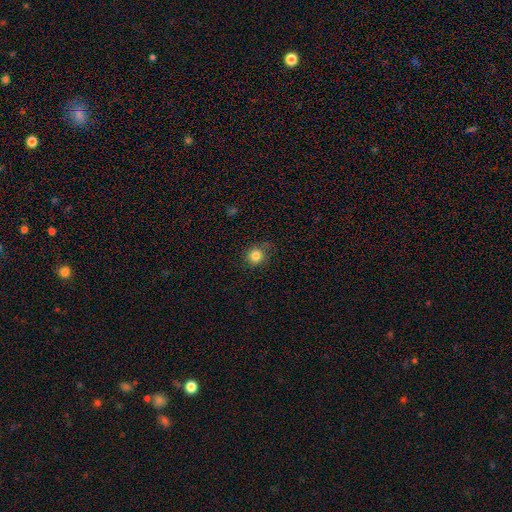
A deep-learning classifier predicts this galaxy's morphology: Smooth or featured? smooth (83%)
How rounded? round (89%)
Merging? none (80%)